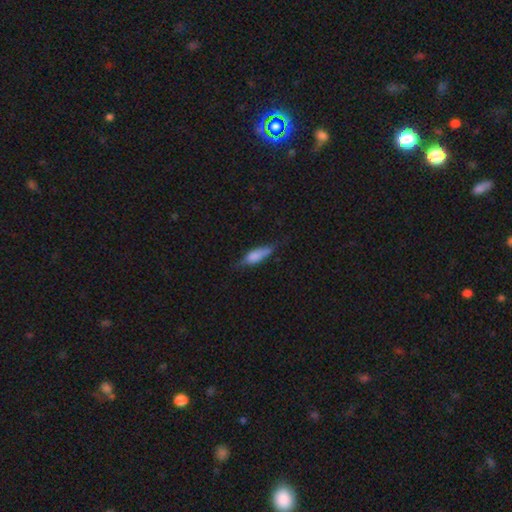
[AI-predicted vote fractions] This appears to be a smooth galaxy with no disk features (69%) that is in between round and cigar-shaped (55%). Merging: none (58%).